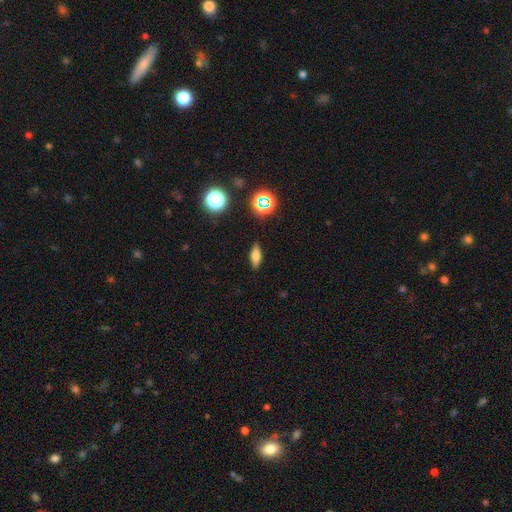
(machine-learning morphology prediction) Smooth or featured?
  - smooth: 65% *
  - featured or disk: 22%
  - star or artifact: 13%
How rounded?
  - in between: 61% *
  - cigar-shaped: 33%
  - round: 6%
Merging?
  - none: 87% *
  - minor disturbance: 9%
  - major disturbance: 2%
  - merger: 1%